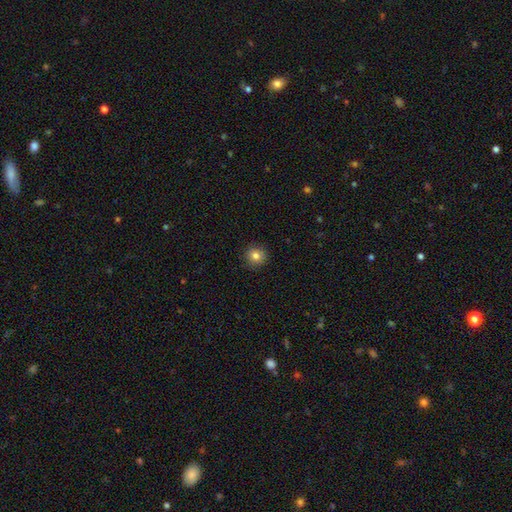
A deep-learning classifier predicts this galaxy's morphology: Smooth or featured?
  - smooth: 81% *
  - star or artifact: 11%
  - featured or disk: 7%
How rounded?
  - round: 94% *
  - in between: 5%
  - cigar-shaped: 1%
Merging?
  - none: 91% *
  - minor disturbance: 6%
  - major disturbance: 2%
  - merger: 1%